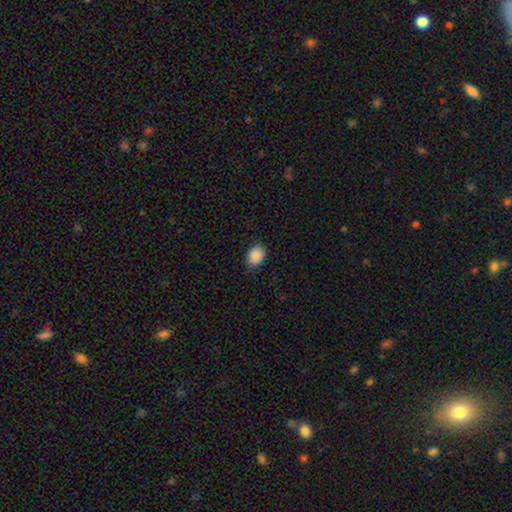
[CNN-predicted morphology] A smooth galaxy with no disk features (90%) that is in between round and cigar-shaped (69%).

Vote fractions:
- Smooth or featured? smooth: 90% / star or artifact: 8% / featured or disk: 3%
- How rounded? in between: 69% / round: 30% / cigar-shaped: 1%
- Merging? none: 85% / minor disturbance: 12% / major disturbance: 2% / merger: 1%